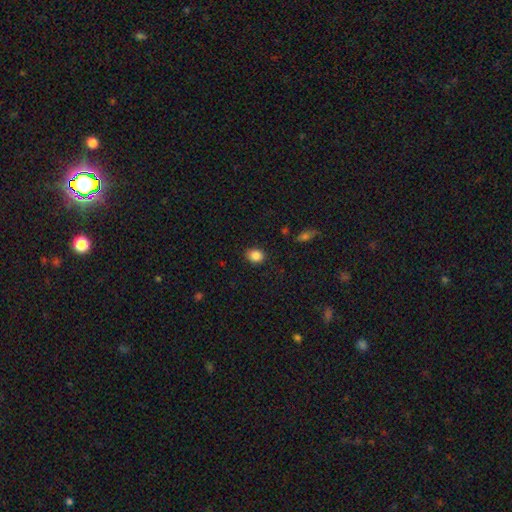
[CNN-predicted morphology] Smooth or featured? smooth (87%)
How rounded? round (57%)
Merging? none (87%)